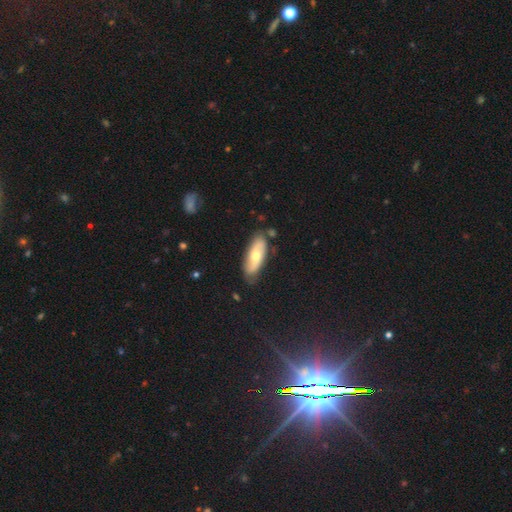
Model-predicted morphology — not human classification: smooth-or-featured: smooth: 49% | featured or disk: 45% | star or artifact: 5%
  merging: none: 75% | minor disturbance: 18% | major disturbance: 4% | merger: 3%